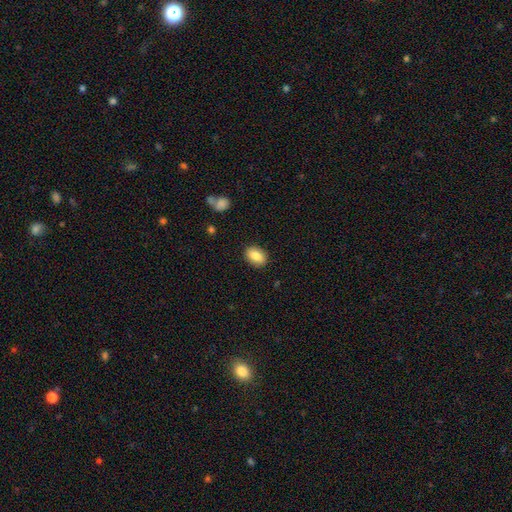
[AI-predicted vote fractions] The model was most divided on "how rounded": in between: 84%, round: 14%, cigar-shaped: 1%. More confident: merging — none (88%); smooth or featured — smooth (85%).